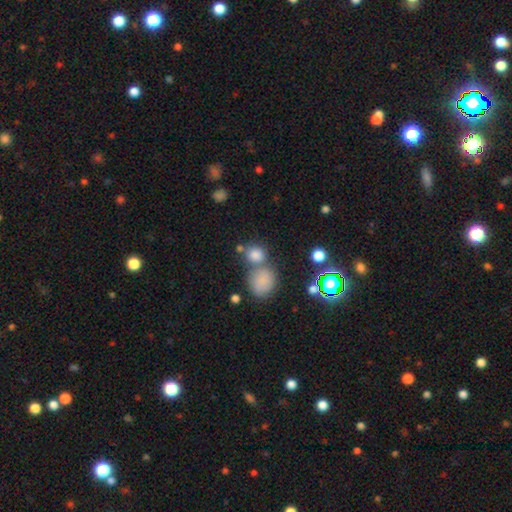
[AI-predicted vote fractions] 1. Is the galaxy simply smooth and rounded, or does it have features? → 70% smooth, 21% star or artifact, 8% featured or disk.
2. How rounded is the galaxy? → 77% round, 22% in between, 1% cigar-shaped.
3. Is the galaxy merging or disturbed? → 53% none, 34% merger, 9% minor disturbance, 4% major disturbance.